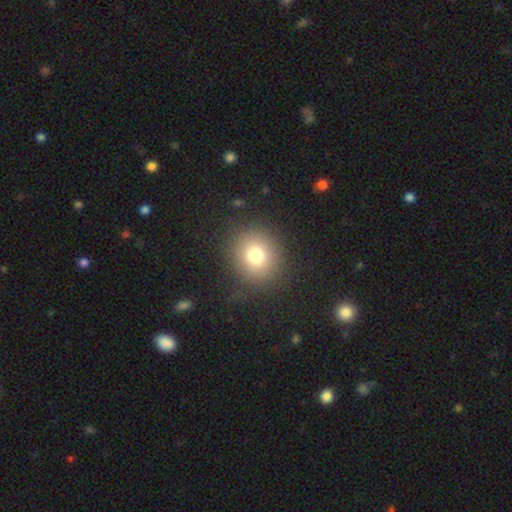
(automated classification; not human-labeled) Morphology: type=smooth (77%); roundness=round (83%); merging=none (85%).